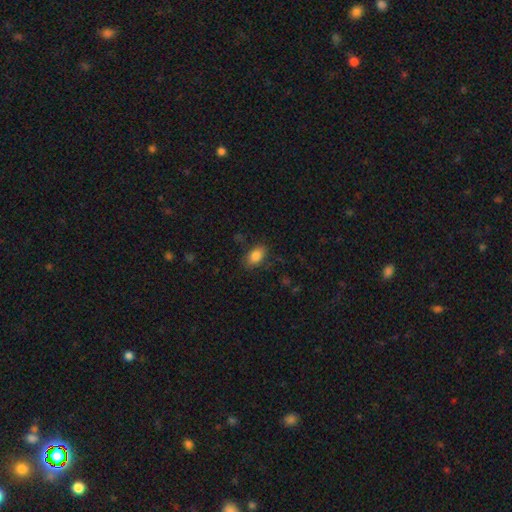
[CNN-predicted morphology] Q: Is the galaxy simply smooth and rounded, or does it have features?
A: smooth — 84%.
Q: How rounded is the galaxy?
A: in between — 87%.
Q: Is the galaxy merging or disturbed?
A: none — 79%.